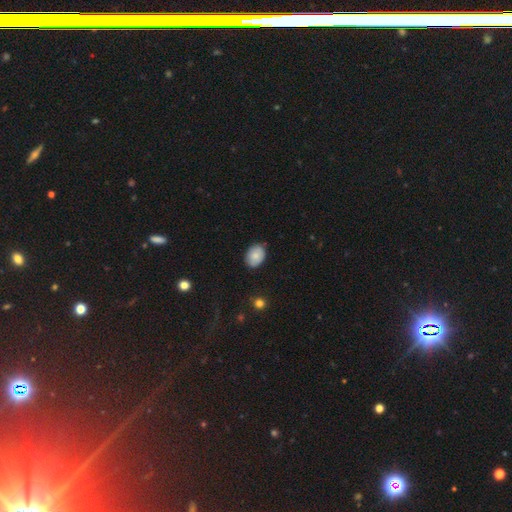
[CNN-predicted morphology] smooth-or-featured: smooth: 83% | featured or disk: 10% | star or artifact: 7%
  how-rounded: in between: 70% | round: 29% | cigar-shaped: 1%
  merging: none: 82% | minor disturbance: 15% | major disturbance: 2% | merger: 1%